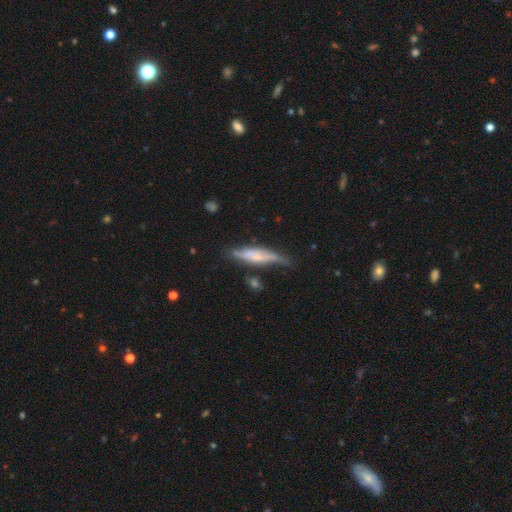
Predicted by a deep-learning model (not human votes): Smooth or featured? smooth (49%)
Merging? none (51%)